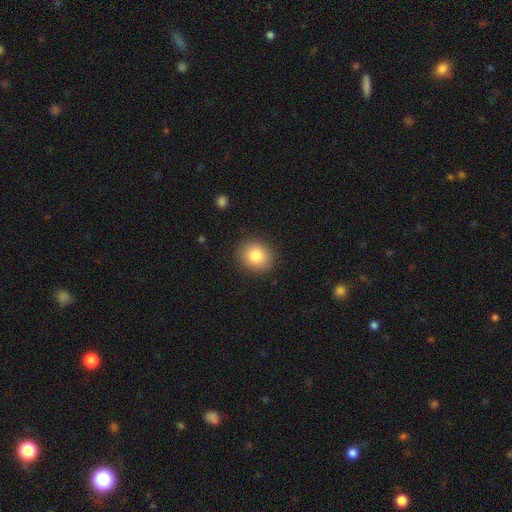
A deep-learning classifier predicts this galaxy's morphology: A smooth galaxy with no disk features (84%) that is round (80%). Merging: none (89%).